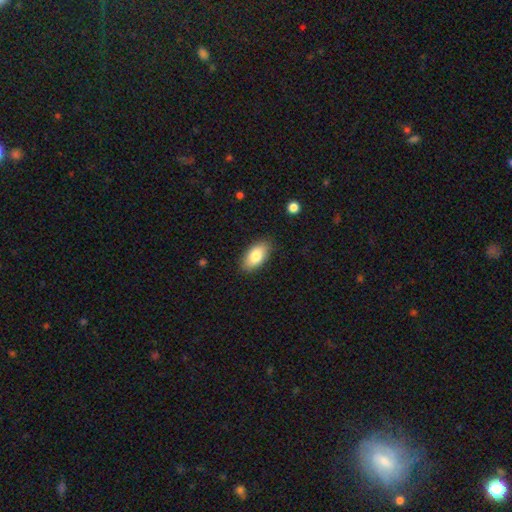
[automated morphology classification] Smooth or featured?
  - smooth: 82% *
  - featured or disk: 12%
  - star or artifact: 6%
How rounded?
  - in between: 93% *
  - cigar-shaped: 4%
  - round: 3%
Merging?
  - none: 86% *
  - minor disturbance: 10%
  - major disturbance: 2%
  - merger: 1%